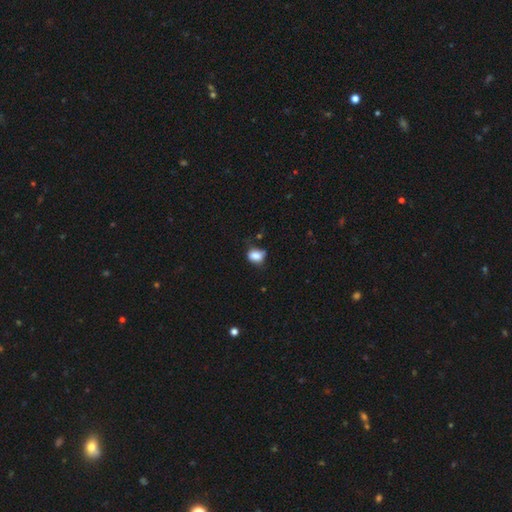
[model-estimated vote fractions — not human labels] The model was most divided on "merging": none: 47%, minor disturbance: 36%, major disturbance: 11%, merger: 5%. More confident: smooth or featured — smooth (82%); how rounded — in between (62%).